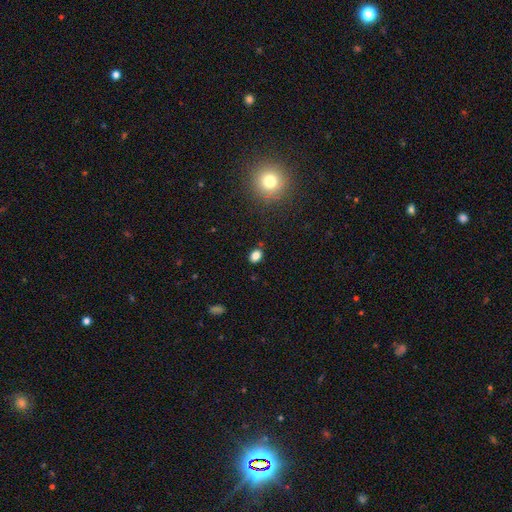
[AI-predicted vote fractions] Smooth or featured? Predicted: smooth (p=0.81). How rounded? Predicted: in between (p=0.70). Merging? Predicted: none (p=0.83).